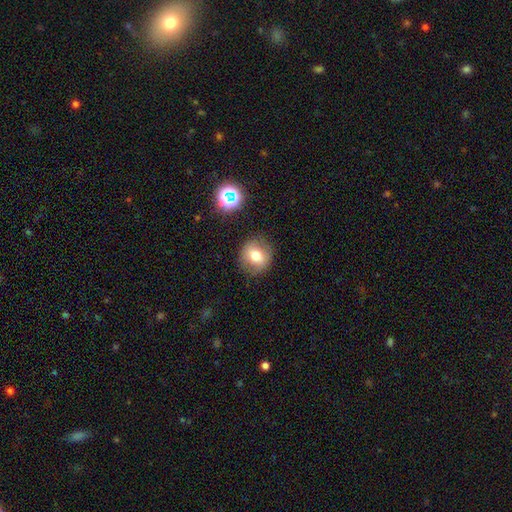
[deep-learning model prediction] smooth 67%, featured or disk 21%, star or artifact 12%. Down the decision tree: how rounded — round (83%); merging — none (83%).